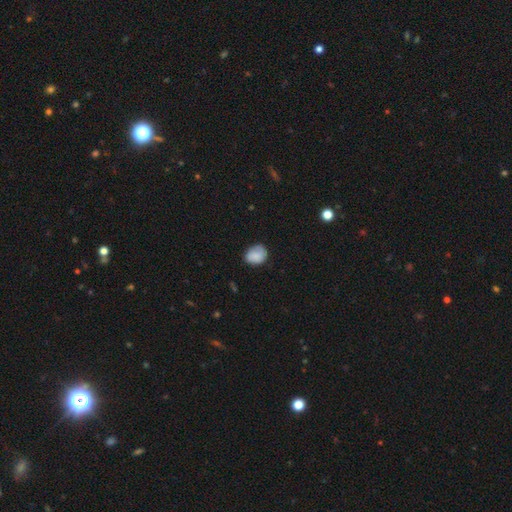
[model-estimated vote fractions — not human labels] Q: Smooth or featured?
A: smooth (82%); runner-up: featured or disk (11%)
Q: How rounded?
A: round (50%); runner-up: in between (49%)
Q: Merging?
A: none (68%); runner-up: minor disturbance (25%)